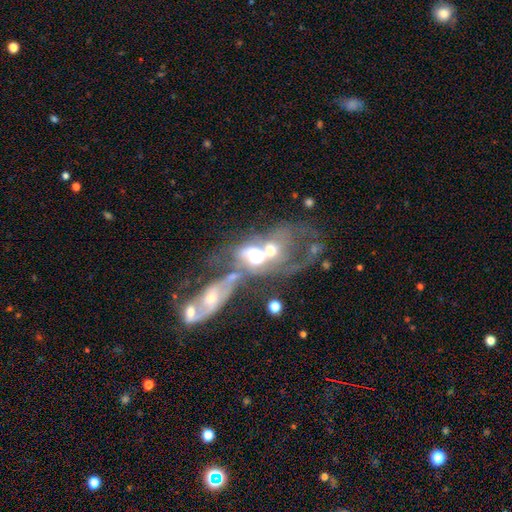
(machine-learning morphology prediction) Smooth or featured?
  - featured or disk: 61% *
  - smooth: 27%
  - star or artifact: 12%
Edge-on disk?
  - no: 93% *
  - yes: 7%
Bar?
  - no: 69% *
  - weak: 22%
  - strong: 9%
Spiral arms?
  - yes: 53% *
  - no: 47%
Bulge size?
  - moderate: 49% *
  - large: 26%
  - small: 13%
  - none: 6%
  - dominant: 6%
Merging?
  - merger: 76% *
  - major disturbance: 14%
  - none: 6%
  - minor disturbance: 4%